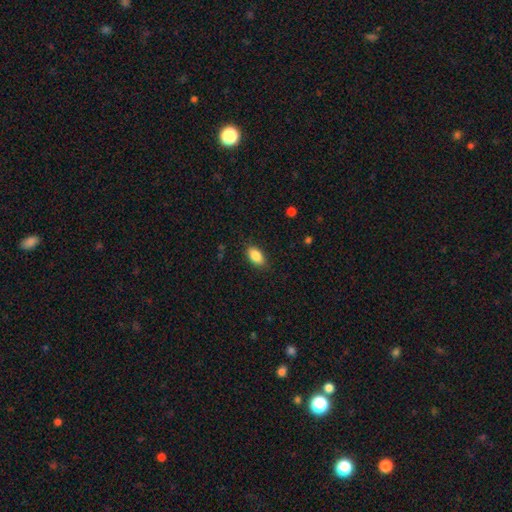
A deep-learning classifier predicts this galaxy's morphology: type=smooth (87%); roundness=in between (91%); merging=none (85%).